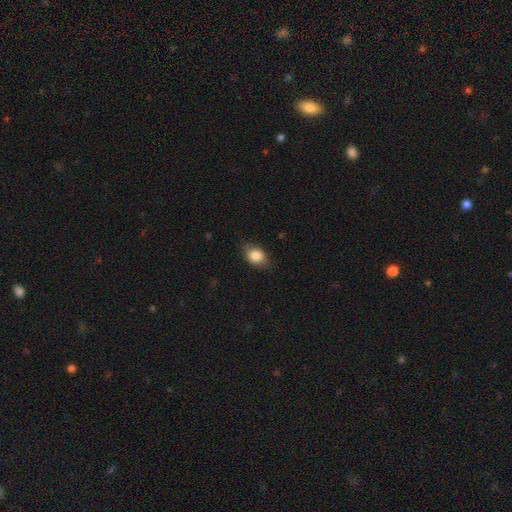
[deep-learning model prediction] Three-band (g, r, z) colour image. It shows a smooth galaxy with no disk features (83%) that is in between round and cigar-shaped (71%). Merging: none (78%).